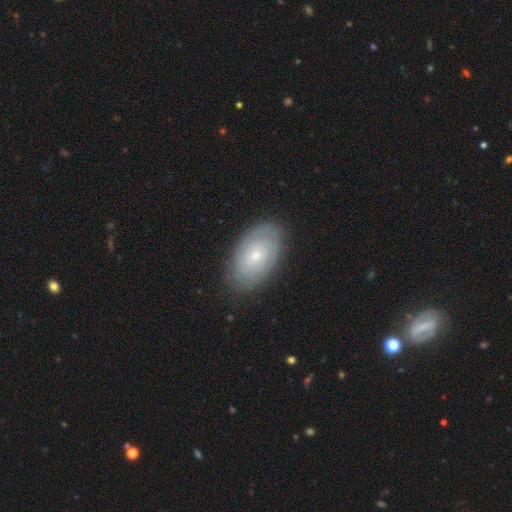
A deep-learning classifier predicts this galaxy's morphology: Smooth or featured? featured or disk (55%)
Edge-on disk? no (93%)
Bar? no (79%)
Spiral arms? yes (73%)
Bulge size? small (66%)
Merging? none (81%)